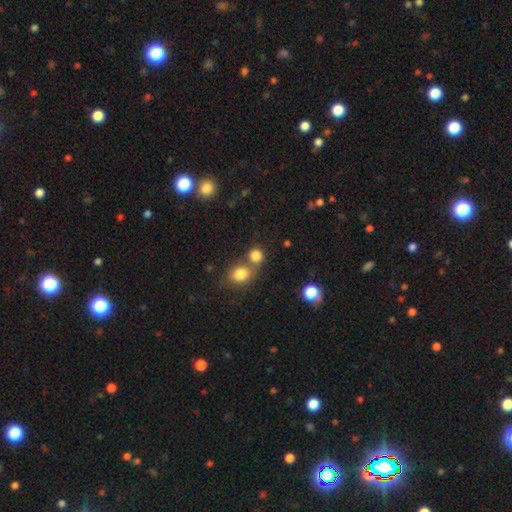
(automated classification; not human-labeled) A smooth galaxy with no disk features (82%) that is round (82%). Merging: none (53%).